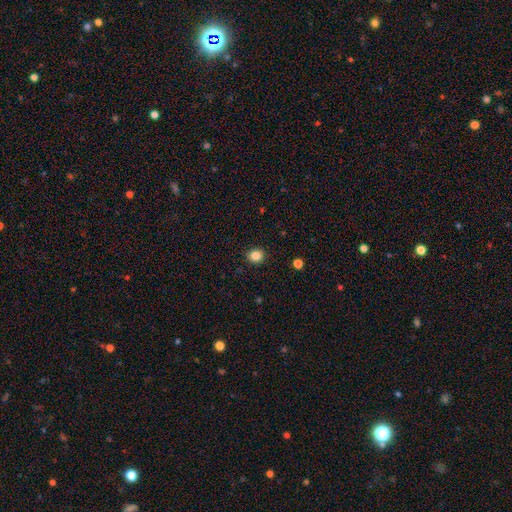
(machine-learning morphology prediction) This is clearly a smooth galaxy (85%). How rounded: likely round (74%). Merging: clearly none (91%).